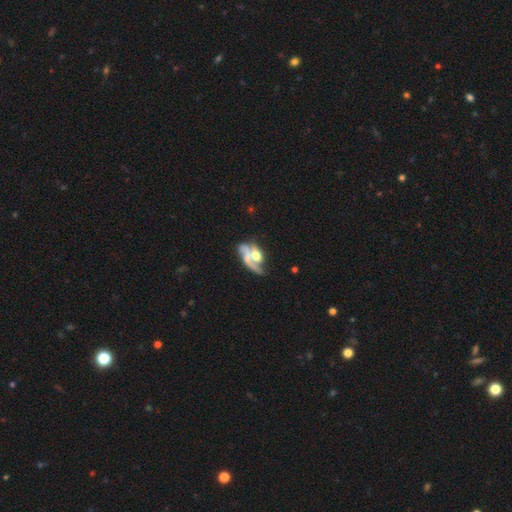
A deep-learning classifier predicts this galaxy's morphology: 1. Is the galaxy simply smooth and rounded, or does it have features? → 59% featured or disk, 32% smooth, 9% star or artifact.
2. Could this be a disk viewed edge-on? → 93% no, 7% yes.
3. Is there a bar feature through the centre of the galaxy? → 70% no, 21% weak, 9% strong.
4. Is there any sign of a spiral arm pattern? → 57% yes, 43% no.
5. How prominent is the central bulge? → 48% moderate, 19% large, 18% small, 11% none, 4% dominant.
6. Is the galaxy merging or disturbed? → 49% merger, 21% major disturbance, 20% none, 10% minor disturbance.